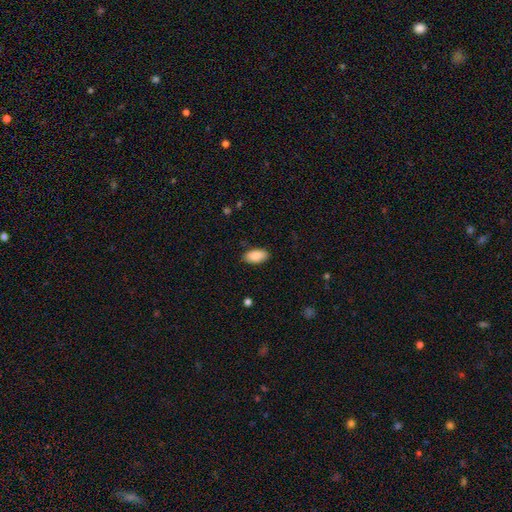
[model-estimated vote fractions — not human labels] The model was most divided on "merging": none: 86%, minor disturbance: 10%, major disturbance: 2%, merger: 1%. More confident: how rounded — in between (94%); smooth or featured — smooth (89%).